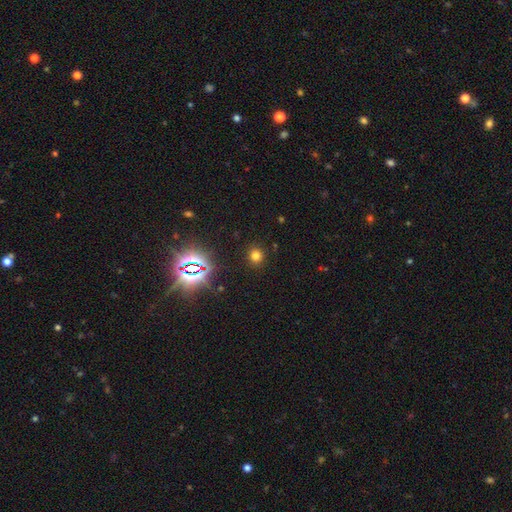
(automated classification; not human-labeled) smooth-or-featured: smooth: 72% | star or artifact: 22% | featured or disk: 6%
  how-rounded: round: 88% | in between: 11% | cigar-shaped: 1%
  merging: none: 89% | minor disturbance: 6% | major disturbance: 3% | merger: 2%